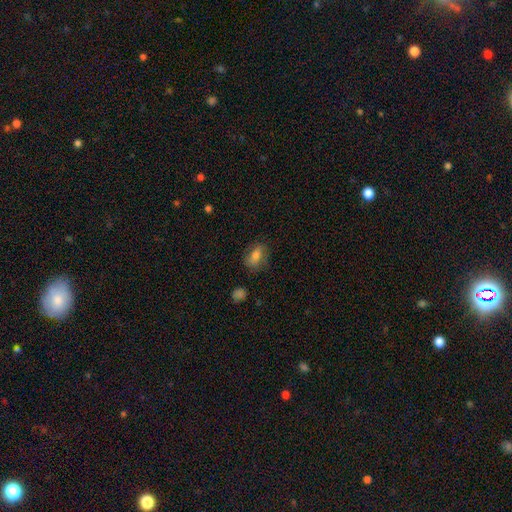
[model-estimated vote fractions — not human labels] This is likely a smooth galaxy (75%). How rounded: likely in between (76%). Merging: likely none (75%).